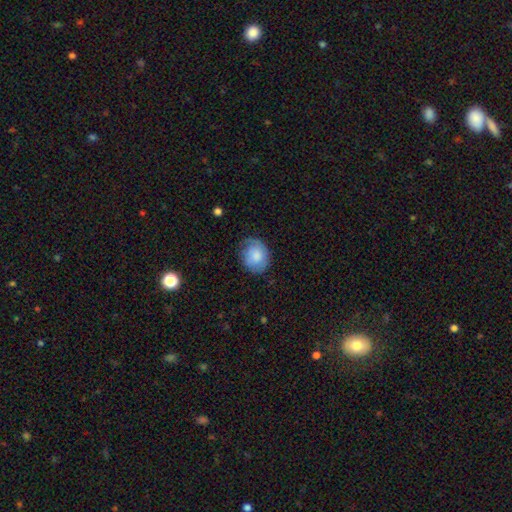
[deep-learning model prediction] smooth 73%, featured or disk 21%, star or artifact 7%. Down the decision tree: how rounded — round (61%); merging — none (59%).